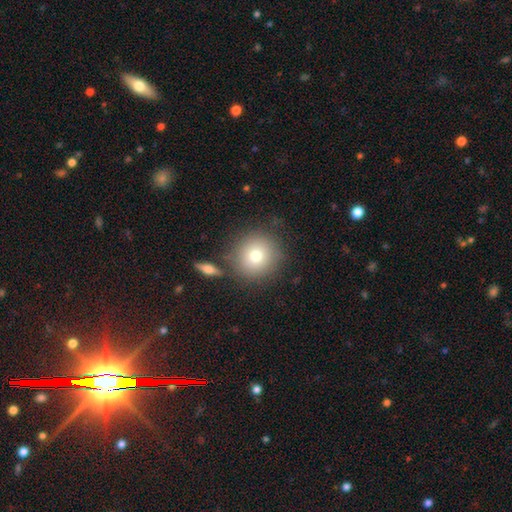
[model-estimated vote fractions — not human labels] Q: Smooth or featured?
A: smooth (75%); runner-up: featured or disk (13%)
Q: How rounded?
A: round (92%); runner-up: in between (7%)
Q: Merging?
A: none (79%); runner-up: minor disturbance (10%)